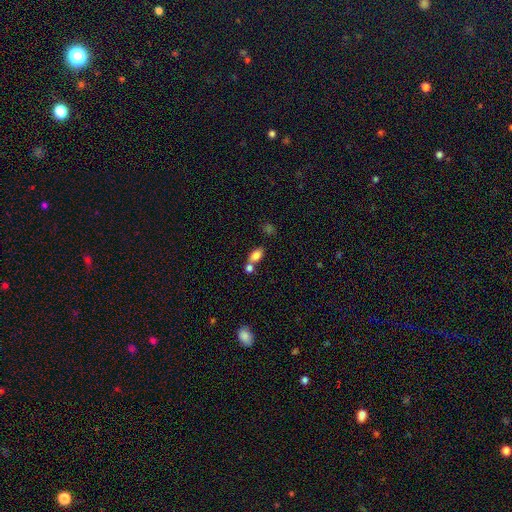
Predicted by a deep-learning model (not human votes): This is clearly a smooth galaxy (81%). How rounded: clearly in between (86%). Merging: possibly none (48%).